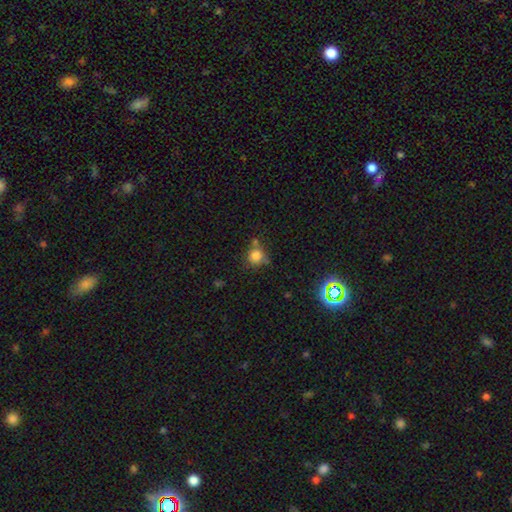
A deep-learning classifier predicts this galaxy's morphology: The model was most divided on "merging": none: 56%, minor disturbance: 21%, merger: 17%, major disturbance: 7%. More confident: how rounded — round (86%); smooth or featured — smooth (78%).